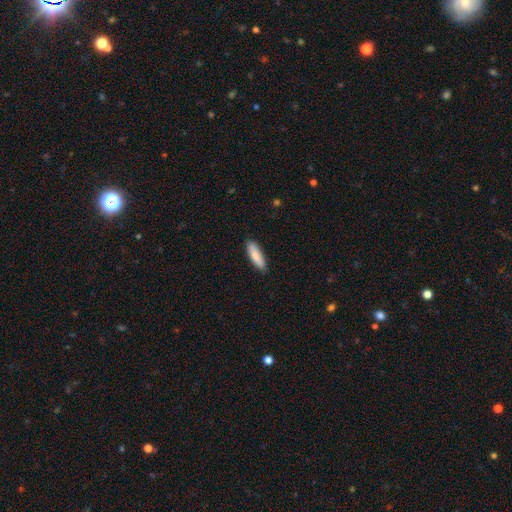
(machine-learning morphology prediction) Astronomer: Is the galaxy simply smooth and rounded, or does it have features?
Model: smooth — 81%.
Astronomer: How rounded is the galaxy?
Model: cigar-shaped — 55% (runner-up: in between, 43%).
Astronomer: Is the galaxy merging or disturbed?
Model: none — 88%.